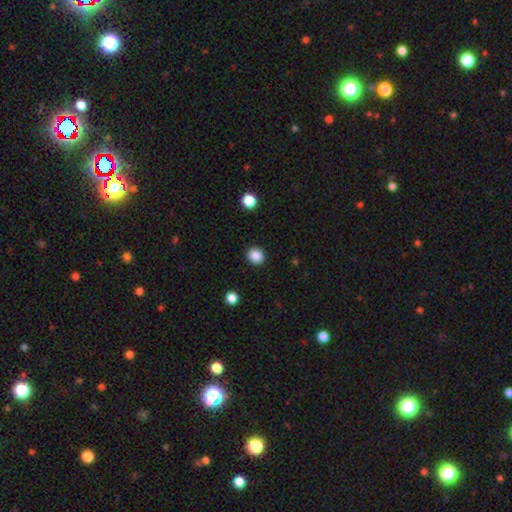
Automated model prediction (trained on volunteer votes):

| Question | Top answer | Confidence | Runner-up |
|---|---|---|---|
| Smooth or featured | smooth | 87% | star or artifact (10%) |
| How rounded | round | 82% | in between (17%) |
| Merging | none | 91% | minor disturbance (6%) |